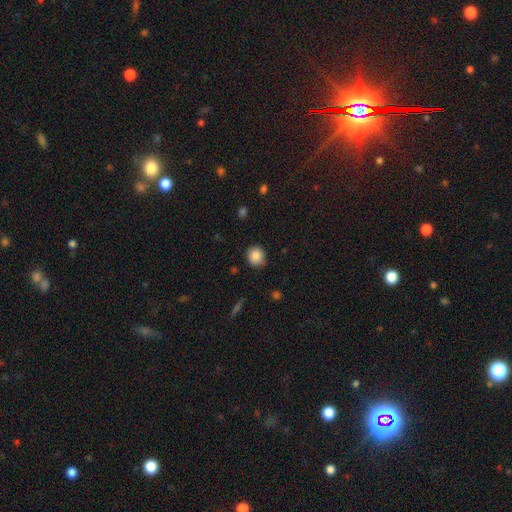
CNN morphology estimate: The model was most divided on "merging": none: 85%, minor disturbance: 12%, major disturbance: 2%, merger: 1%. More confident: how rounded — round (88%); smooth or featured — smooth (85%).